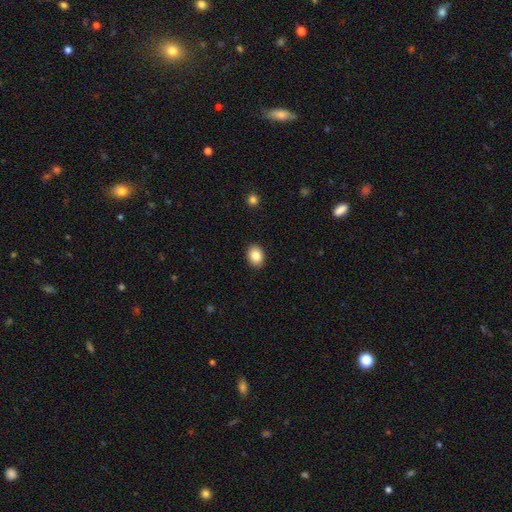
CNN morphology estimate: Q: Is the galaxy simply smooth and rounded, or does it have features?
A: smooth — 85%.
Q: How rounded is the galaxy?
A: in between — 63%.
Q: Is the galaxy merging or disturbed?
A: none — 90%.